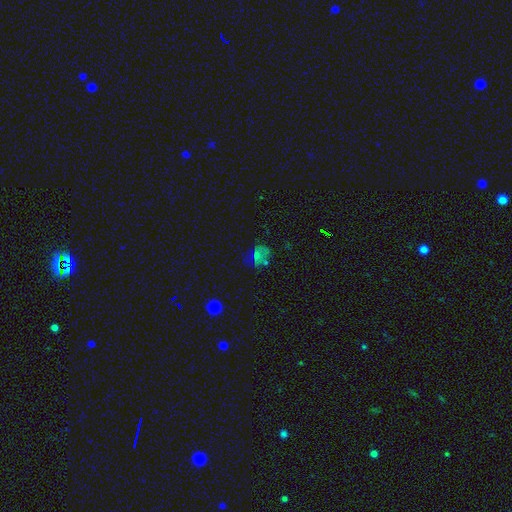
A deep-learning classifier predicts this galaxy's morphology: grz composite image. It shows a smooth galaxy with no disk features (49%). Merging: none (56%).